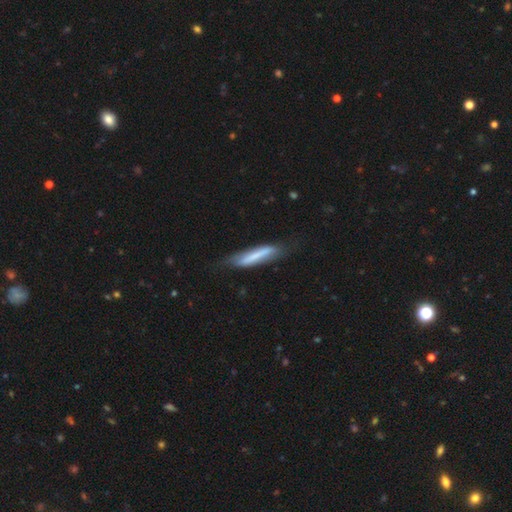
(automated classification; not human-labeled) smooth 57%, featured or disk 37%, star or artifact 7%. Down the decision tree: how rounded — cigar-shaped (86%); merging — none (60%).